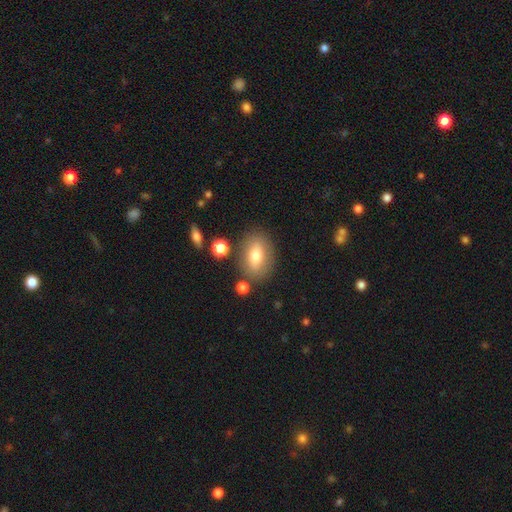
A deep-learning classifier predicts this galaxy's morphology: smooth-or-featured: smooth: 69% | featured or disk: 22% | star or artifact: 9%
  how-rounded: in between: 81% | round: 15% | cigar-shaped: 3%
  merging: none: 78% | minor disturbance: 13% | merger: 5% | major disturbance: 4%